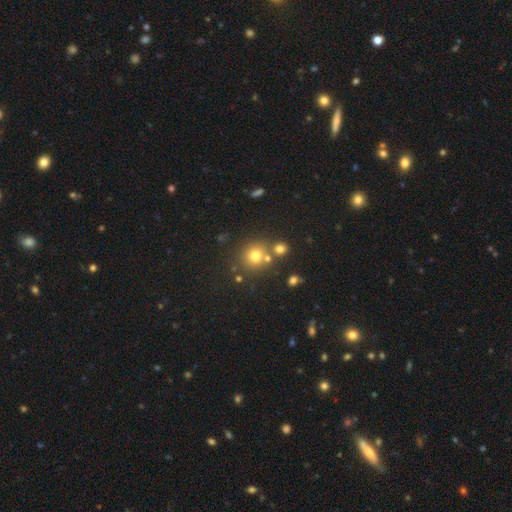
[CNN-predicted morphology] Q: Smooth or featured?
A: smooth (73%); runner-up: star or artifact (17%)
Q: How rounded?
A: round (87%); runner-up: in between (12%)
Q: Merging?
A: none (69%); runner-up: merger (18%)